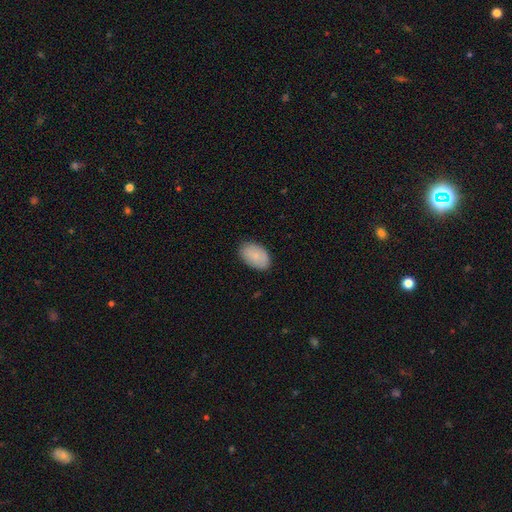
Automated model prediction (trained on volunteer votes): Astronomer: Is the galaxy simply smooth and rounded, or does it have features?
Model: smooth — 85%.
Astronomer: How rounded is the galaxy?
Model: in between — 91%.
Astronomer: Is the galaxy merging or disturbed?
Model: none — 85%.